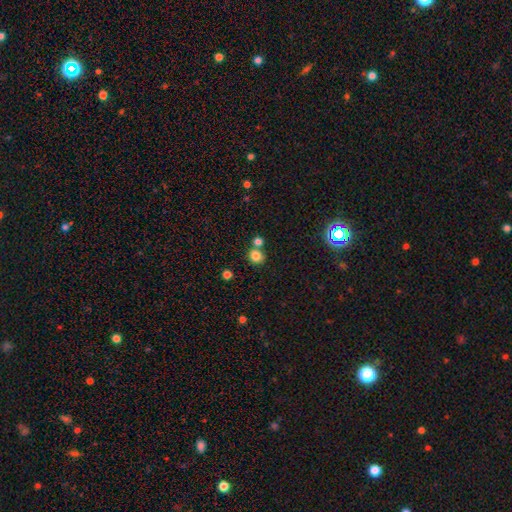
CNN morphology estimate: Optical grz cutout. It shows a smooth galaxy with no disk features (80%) that is round (82%). Merging: none (62%).